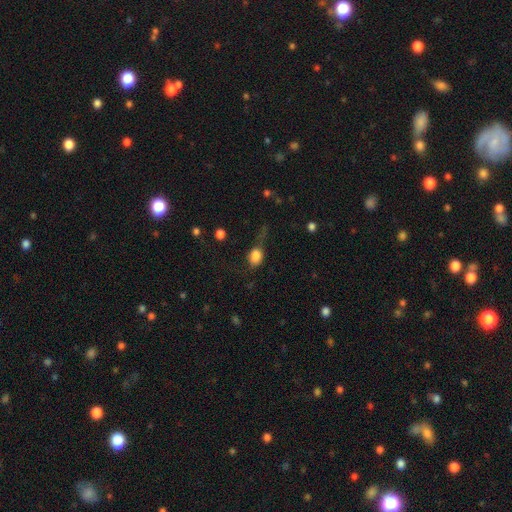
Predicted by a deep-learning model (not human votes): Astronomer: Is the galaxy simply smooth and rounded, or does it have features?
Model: smooth — 80%.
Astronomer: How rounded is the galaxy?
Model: in between — 71%.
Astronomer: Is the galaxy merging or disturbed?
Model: major disturbance — 34% (runner-up: none, 33%).